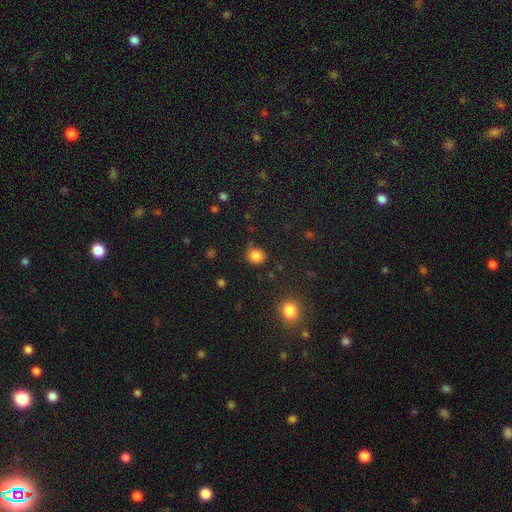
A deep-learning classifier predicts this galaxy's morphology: This appears to be a smooth galaxy with no disk features (83%) that is round (73%). Merging: none (79%).